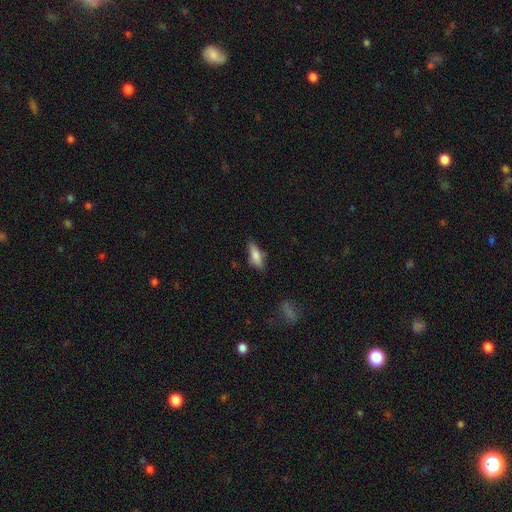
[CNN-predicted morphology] Overall: smooth (75%). How rounded: in between (53%; cigar-shaped 45%). Merging: none (73%).